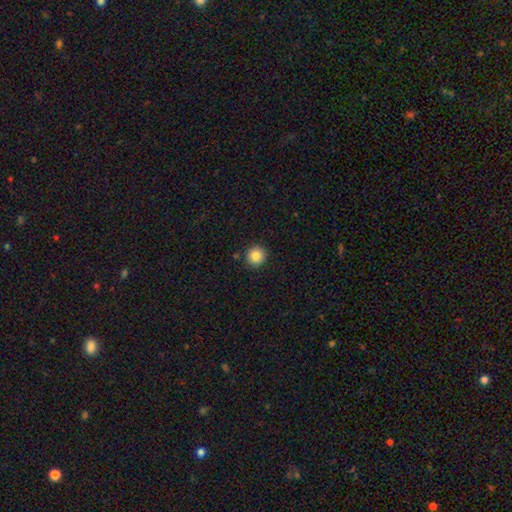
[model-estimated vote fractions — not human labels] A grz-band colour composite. It shows a smooth galaxy with no disk features (85%) that is round (93%). Merging: none (89%).